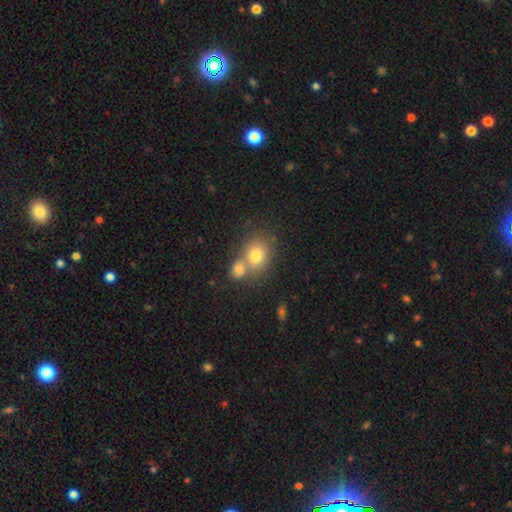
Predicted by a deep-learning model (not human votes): A smooth galaxy with no disk features (75%) that is round (63%).

Vote fractions:
- Smooth or featured? smooth: 75% / featured or disk: 13% / star or artifact: 12%
- How rounded? round: 63% / in between: 36% / cigar-shaped: 1%
- Merging? merger: 48% / none: 40% / minor disturbance: 8% / major disturbance: 3%